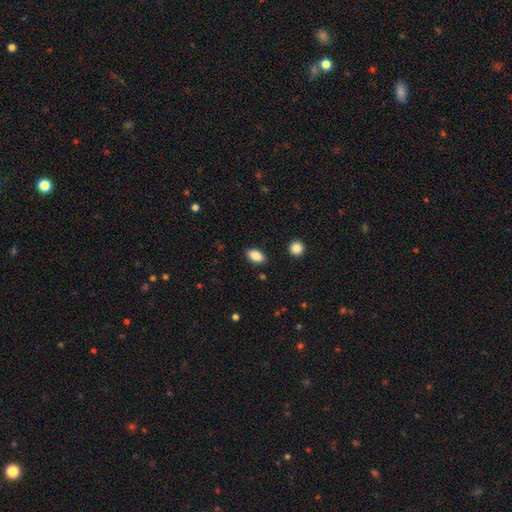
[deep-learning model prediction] Smooth or featured? smooth (87%)
How rounded? in between (91%)
Merging? none (88%)